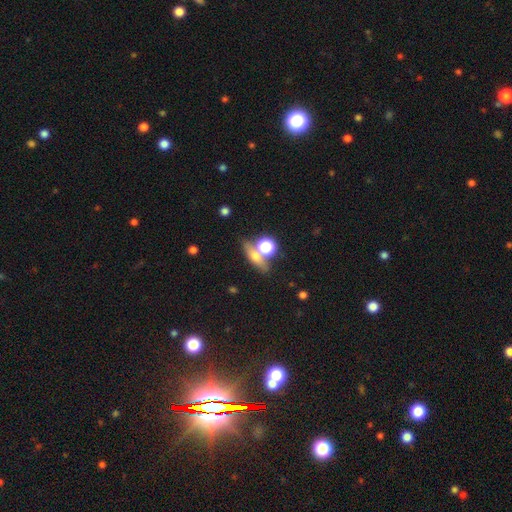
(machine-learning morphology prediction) Smooth or featured? smooth (54%)
How rounded? cigar-shaped (36%, tied with in between)
Merging? none (62%)